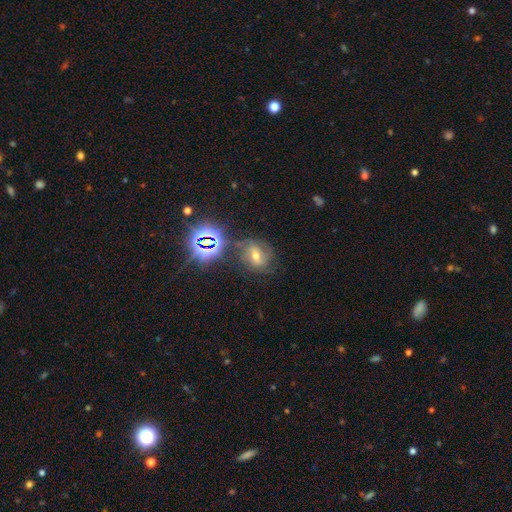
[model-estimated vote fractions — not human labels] A featured or disk galaxy (43%). Merging: none (65%).